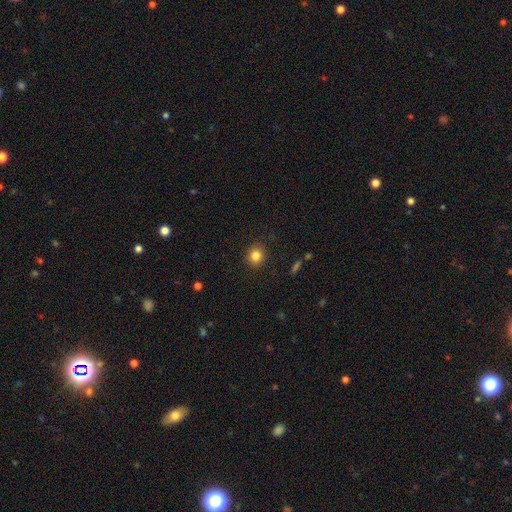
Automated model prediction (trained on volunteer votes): Overall: smooth (83%). How rounded: round (83%). Merging: none (89%).